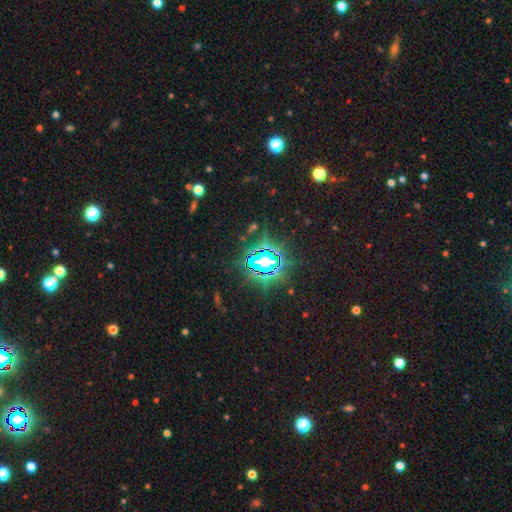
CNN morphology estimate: star or artifact 82%, smooth 11%, featured or disk 7%.